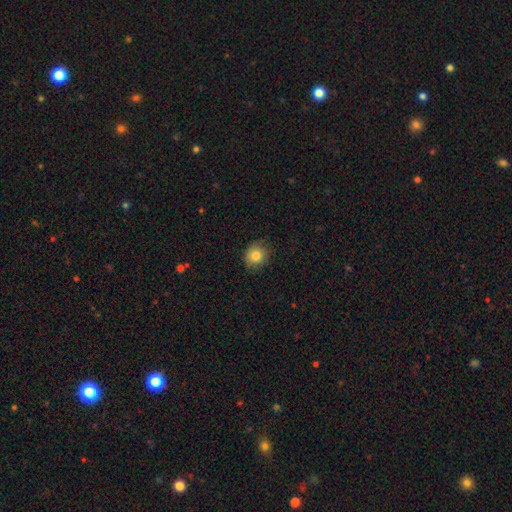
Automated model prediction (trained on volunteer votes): Smooth or featured?
  - smooth: 82% *
  - star or artifact: 10%
  - featured or disk: 8%
How rounded?
  - round: 78% *
  - in between: 21%
  - cigar-shaped: 1%
Merging?
  - none: 82% *
  - minor disturbance: 14%
  - major disturbance: 3%
  - merger: 1%